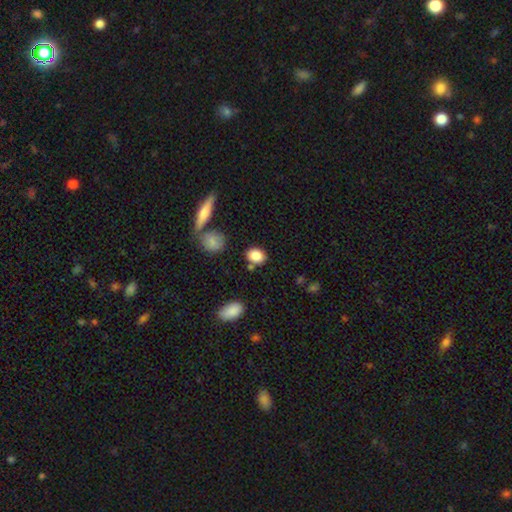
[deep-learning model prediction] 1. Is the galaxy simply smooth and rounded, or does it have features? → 85% smooth, 8% star or artifact, 7% featured or disk.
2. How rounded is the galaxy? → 65% in between, 33% round, 2% cigar-shaped.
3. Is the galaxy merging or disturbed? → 78% none, 12% minor disturbance, 7% merger, 3% major disturbance.